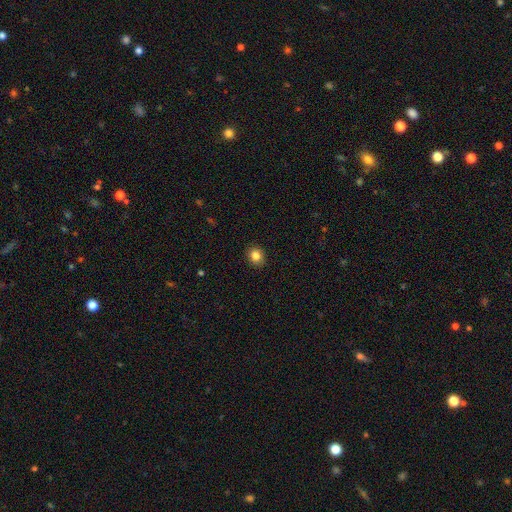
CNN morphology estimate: A smooth galaxy with no disk features (84%) that is round (69%).

Vote fractions:
- Smooth or featured? smooth: 84% / star or artifact: 10% / featured or disk: 5%
- How rounded? round: 69% / in between: 30% / cigar-shaped: 1%
- Merging? none: 90% / minor disturbance: 7% / major disturbance: 2% / merger: 1%